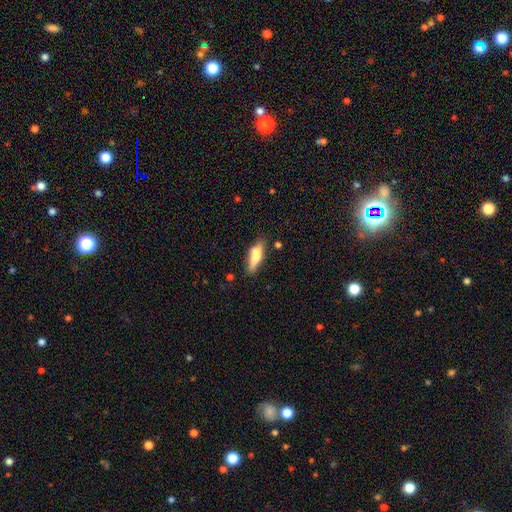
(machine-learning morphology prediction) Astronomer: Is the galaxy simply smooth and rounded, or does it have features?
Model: smooth — 69%.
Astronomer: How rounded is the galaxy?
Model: in between — 53% (runner-up: cigar-shaped, 44%).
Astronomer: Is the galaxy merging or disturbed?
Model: none — 70%.